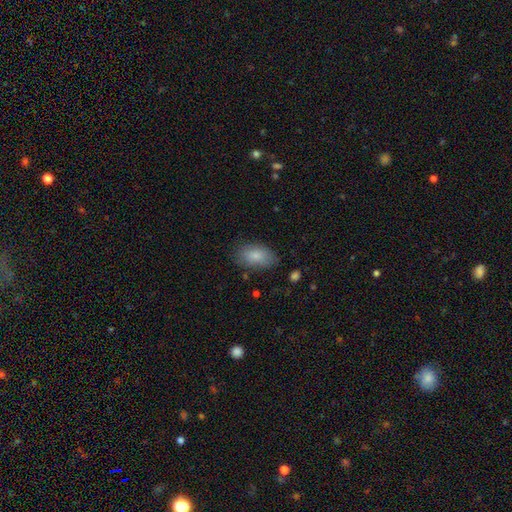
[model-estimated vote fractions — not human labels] Q: Smooth or featured?
A: smooth (84%); runner-up: featured or disk (9%)
Q: How rounded?
A: in between (92%); runner-up: round (6%)
Q: Merging?
A: none (79%); runner-up: minor disturbance (15%)